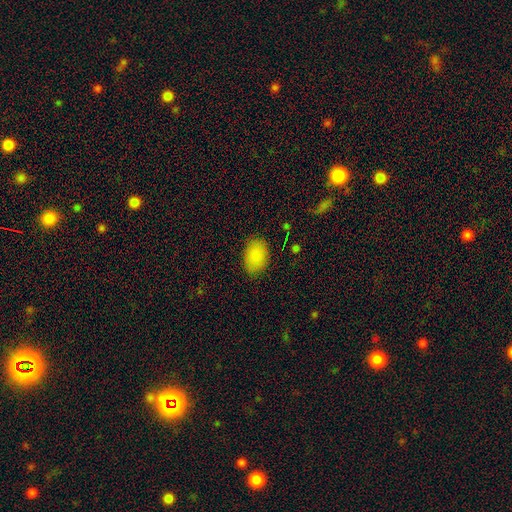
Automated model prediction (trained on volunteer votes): Q: Smooth or featured?
A: smooth (87%); runner-up: star or artifact (8%)
Q: How rounded?
A: in between (86%); runner-up: round (13%)
Q: Merging?
A: none (85%); runner-up: minor disturbance (11%)